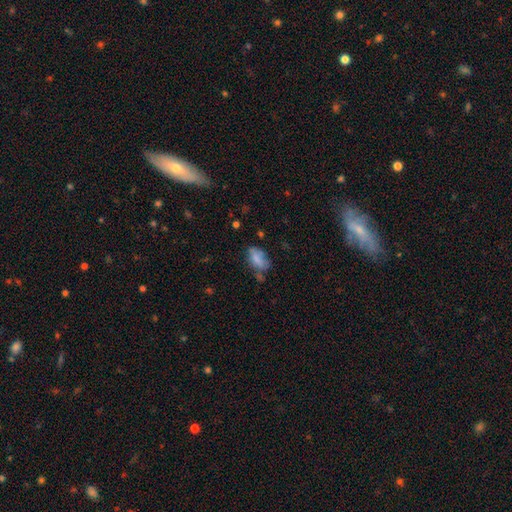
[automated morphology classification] A smooth galaxy with no disk features (67%) that is in between round and cigar-shaped (87%). Merging: none (48%).